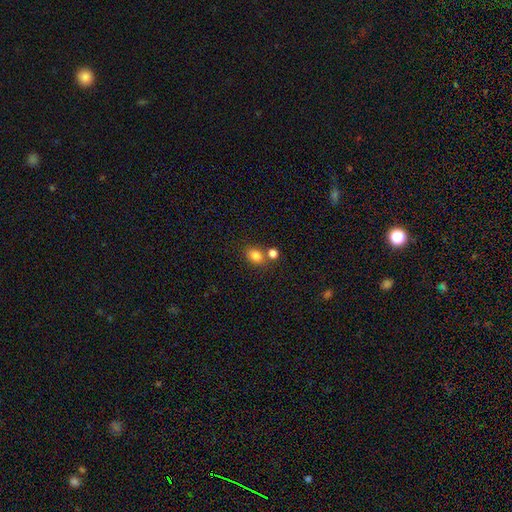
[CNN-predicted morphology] Smooth or featured: smooth — 83% (star or artifact — 11%)
How rounded: in between — 63% (round — 36%)
Merging: none — 61% (merger — 25%)